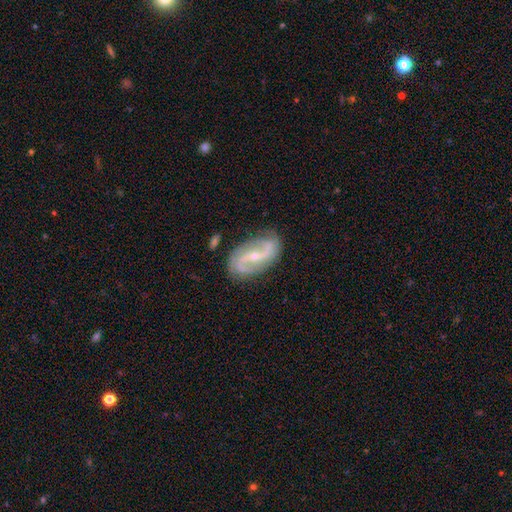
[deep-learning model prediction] smooth-or-featured: featured or disk: 78% | smooth: 13% | star or artifact: 9%
  disk-edge-on: no: 94% | yes: 6%
    bar: weak: 42% | strong: 30% | no: 28%
    has-spiral-arms: yes: 90% | no: 10%
      spiral-winding: loose: 40% | medium: 39% | tight: 21%
      spiral-arm-count: 2: 87% | can't tell: 7% | 1: 2% | 3: 2% | 4: 1% | more than 4: 1%
    bulge-size: small: 57% | moderate: 38% | none: 3% | large: 2% | dominant: 1%
  merging: none: 80% | minor disturbance: 14% | major disturbance: 4% | merger: 2%